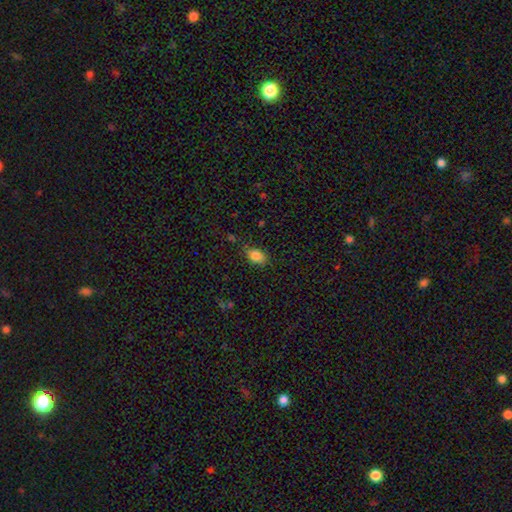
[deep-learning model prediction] Q: Smooth or featured?
A: smooth (83%); runner-up: star or artifact (10%)
Q: How rounded?
A: in between (78%); runner-up: round (20%)
Q: Merging?
A: none (78%); runner-up: minor disturbance (17%)